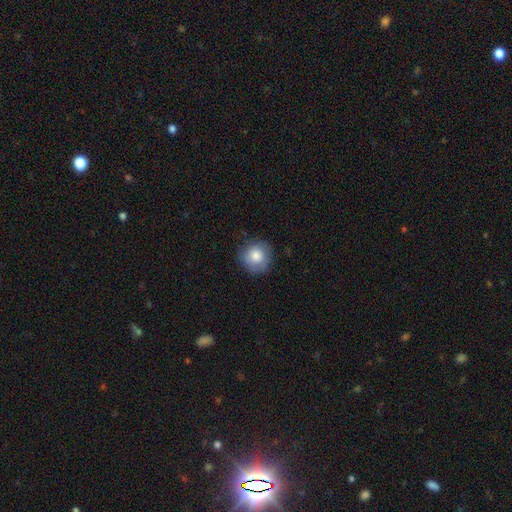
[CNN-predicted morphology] Smooth or featured: smooth — 82% (featured or disk — 11%)
How rounded: round — 91% (in between — 8%)
Merging: none — 82% (minor disturbance — 14%)